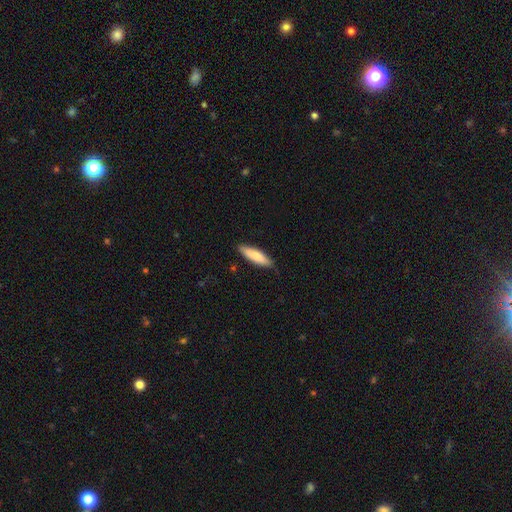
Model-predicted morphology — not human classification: smooth-or-featured: smooth: 80% | featured or disk: 15% | star or artifact: 5%
  how-rounded: cigar-shaped: 67% | in between: 32% | round: 1%
  merging: none: 86% | minor disturbance: 12% | major disturbance: 2% | merger: 1%